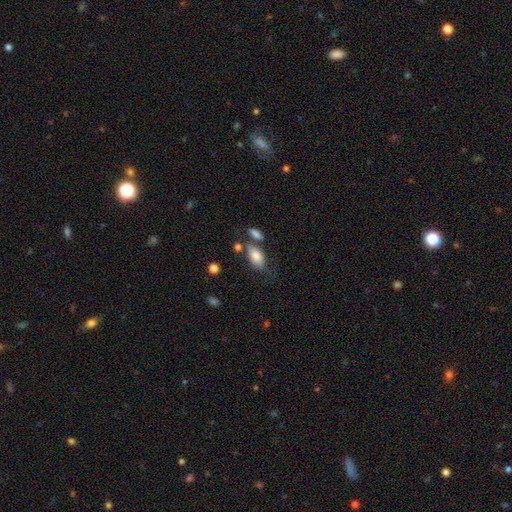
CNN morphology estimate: Overall: smooth (82%). How rounded: in between (91%). Merging: none (54%; minor disturbance 21%).